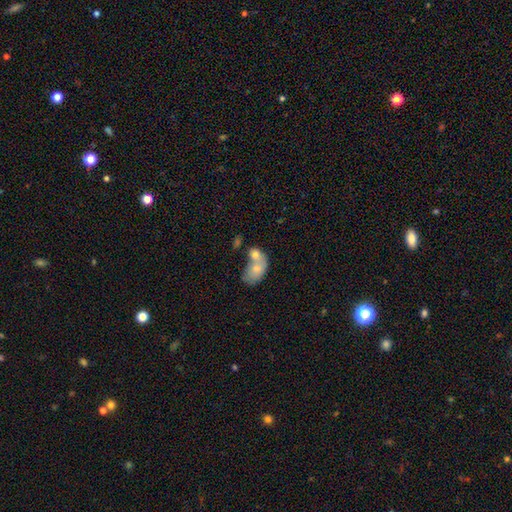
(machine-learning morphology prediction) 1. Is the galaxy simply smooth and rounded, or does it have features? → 66% smooth, 26% featured or disk, 8% star or artifact.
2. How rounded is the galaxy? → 80% in between, 19% round, 2% cigar-shaped.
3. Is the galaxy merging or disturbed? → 69% merger, 16% none, 9% minor disturbance, 6% major disturbance.